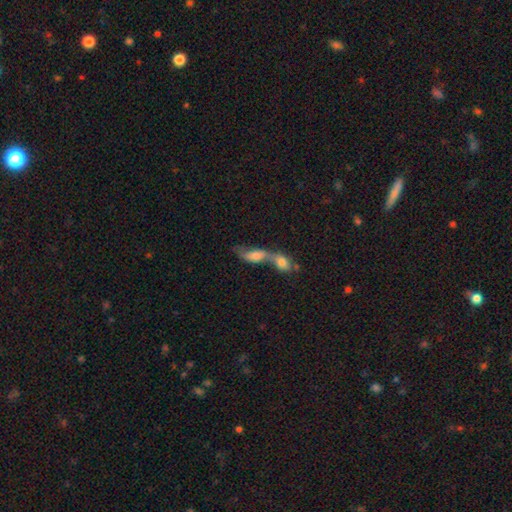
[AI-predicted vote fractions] Morphology: type=smooth (61%); roundness=in between (75%); merging=merger (80%).